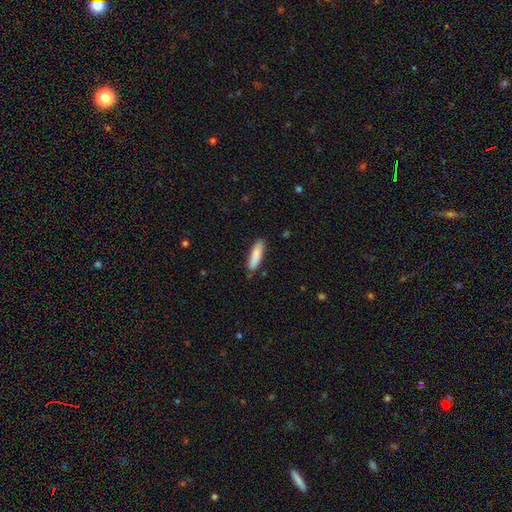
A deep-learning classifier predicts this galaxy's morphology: type=smooth (86%); roundness=cigar-shaped (67%); merging=none (85%).